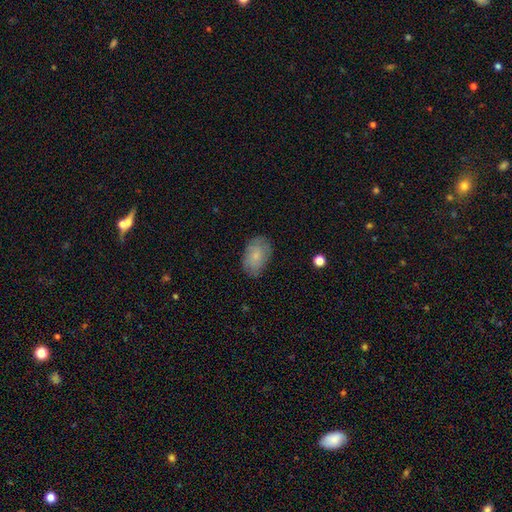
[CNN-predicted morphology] Smooth or featured? Predicted: smooth (p=0.64). How rounded? Predicted: in between (p=0.87). Merging? Predicted: none (p=0.76).